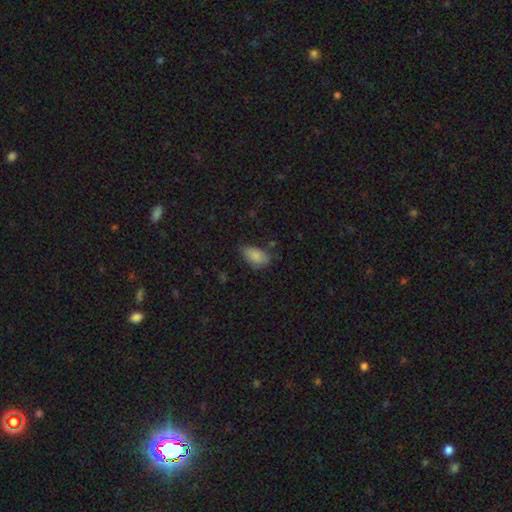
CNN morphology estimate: Overall: smooth (85%). How rounded: in between (92%). Merging: none (60%; minor disturbance 31%).